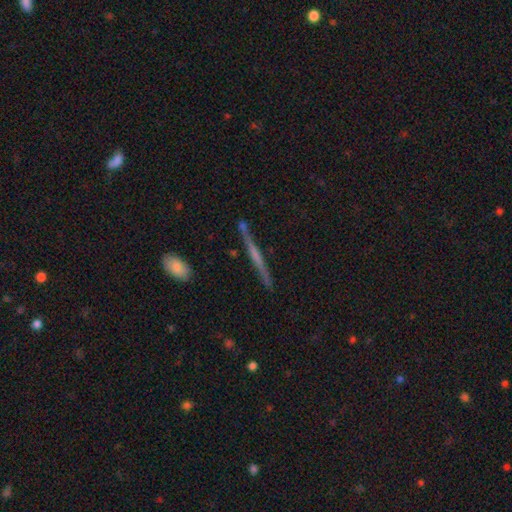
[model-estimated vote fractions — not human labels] The model was most divided on "smooth or featured": featured or disk: 62%, smooth: 30%, star or artifact: 8%. More confident: edge-on disk — yes (97%); merging — none (84%); edge-on bulge — none (61%).